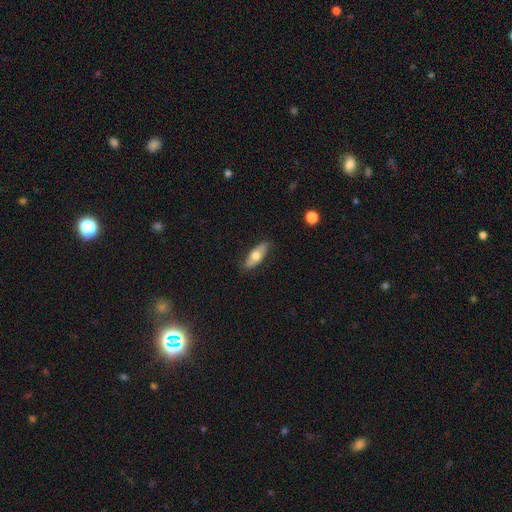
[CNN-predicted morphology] smooth_or_featured: smooth (p=0.59) [alt: featured or disk p=0.35]
how_rounded: in between (p=0.71) [alt: cigar-shaped p=0.26]
merging: none (p=0.82) [alt: minor disturbance p=0.15]